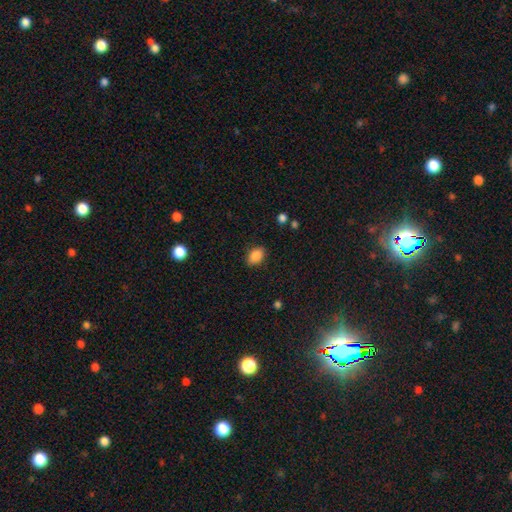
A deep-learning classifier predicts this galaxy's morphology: The model was most divided on "how rounded": in between: 83%, round: 15%, cigar-shaped: 1%. More confident: smooth or featured — smooth (87%); merging — none (86%).